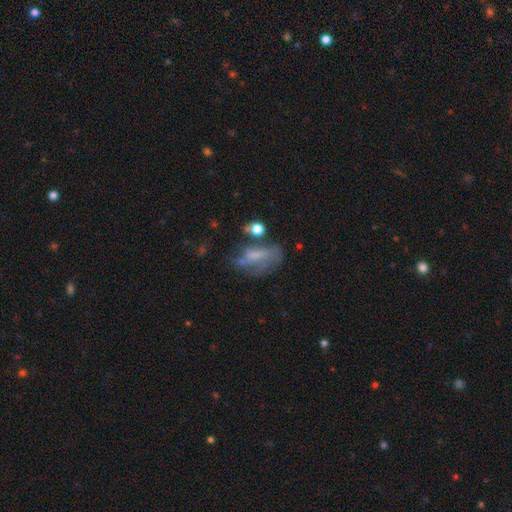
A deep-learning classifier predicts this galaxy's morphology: type=smooth (45%); merging=none (37%).